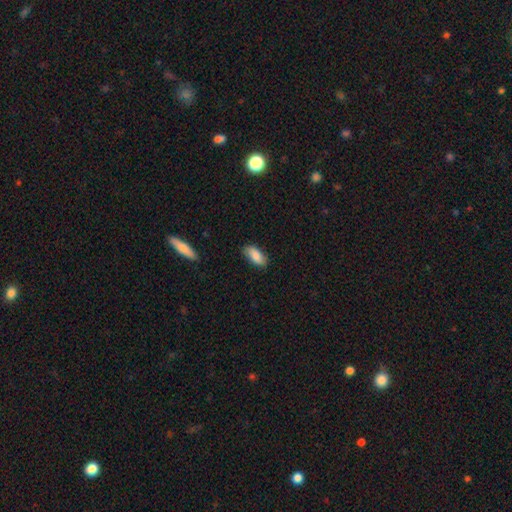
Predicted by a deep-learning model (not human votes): Overall: smooth (83%). How rounded: in between (90%). Merging: none (80%).